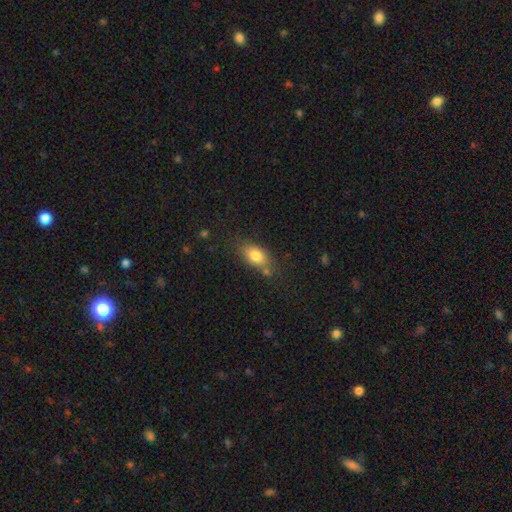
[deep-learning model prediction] Overall: smooth (80%). How rounded: in between (82%). Merging: none (67%).